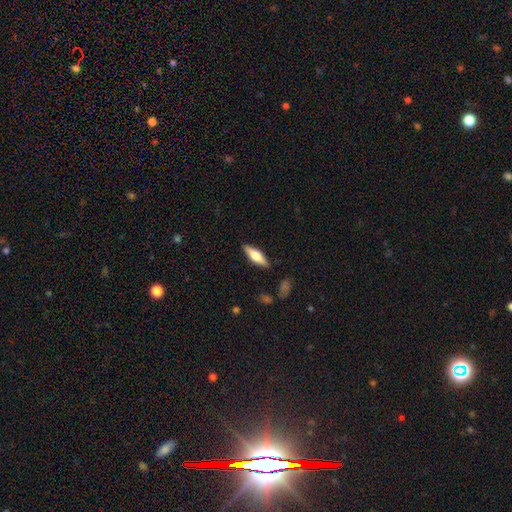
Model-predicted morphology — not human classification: Smooth or featured: smooth — 57% (featured or disk — 37%)
How rounded: cigar-shaped — 49% (in between — 48%)
Merging: none — 86% (minor disturbance — 10%)